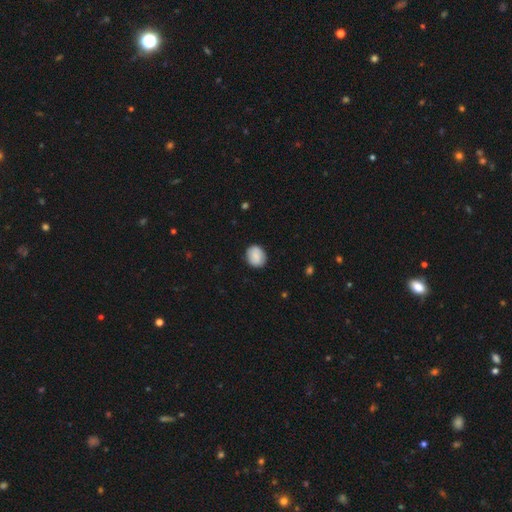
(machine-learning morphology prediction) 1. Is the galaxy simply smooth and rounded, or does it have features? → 83% smooth, 10% featured or disk, 7% star or artifact.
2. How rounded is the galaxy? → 57% round, 42% in between, 1% cigar-shaped.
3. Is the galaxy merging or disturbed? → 85% none, 11% minor disturbance, 3% major disturbance, 1% merger.